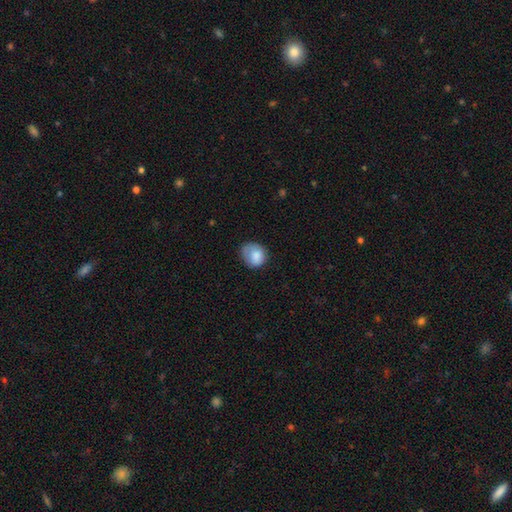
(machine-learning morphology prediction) Smooth or featured?
  - smooth: 80% *
  - featured or disk: 13%
  - star or artifact: 7%
How rounded?
  - round: 68% *
  - in between: 31%
  - cigar-shaped: 1%
Merging?
  - none: 52% *
  - minor disturbance: 31%
  - major disturbance: 15%
  - merger: 2%